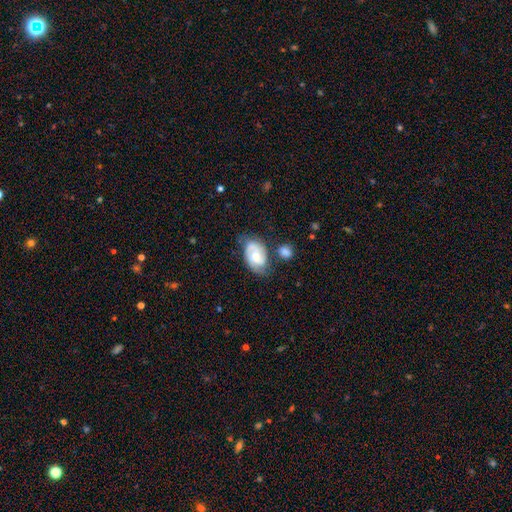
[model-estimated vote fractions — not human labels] Overall: featured or disk (60%; smooth 33%). Edge-on disk: no (96%). Bar: no (52%; weak 39%). Spiral arms: yes (88%). Spiral arm count: 2 (75%). Spiral winding: medium (43%; tight 41%). Bulge size: moderate (50%; small 34%). Merging: none (55%; minor disturbance 26%).